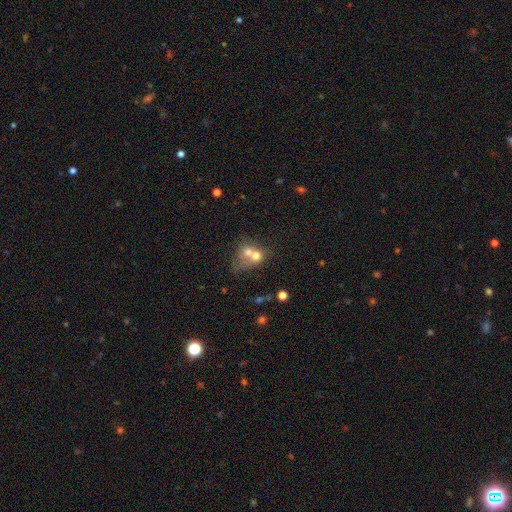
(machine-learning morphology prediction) Smooth or featured? smooth (59%)
How rounded? round (62%)
Merging? merger (69%)